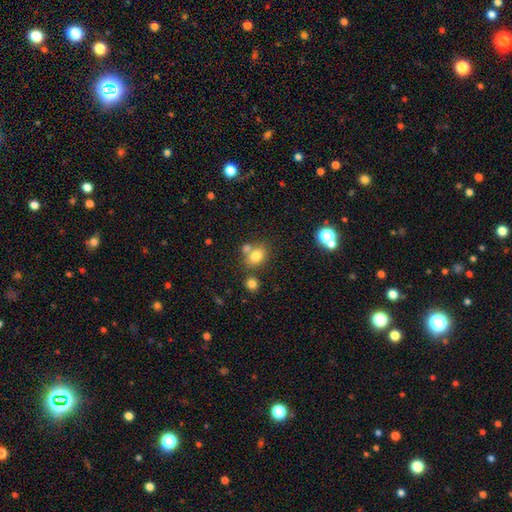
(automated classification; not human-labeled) smooth-or-featured: smooth: 77% | star or artifact: 13% | featured or disk: 10%
  how-rounded: round: 53% | in between: 46% | cigar-shaped: 1%
  merging: none: 57% | merger: 28% | minor disturbance: 12% | major disturbance: 4%